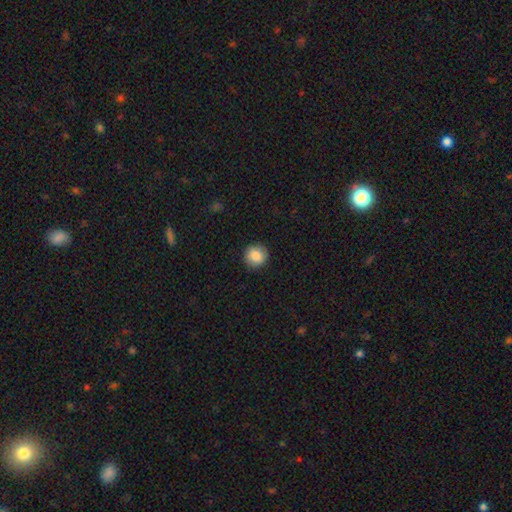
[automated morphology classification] type=smooth (87%); roundness=round (92%); merging=none (90%).